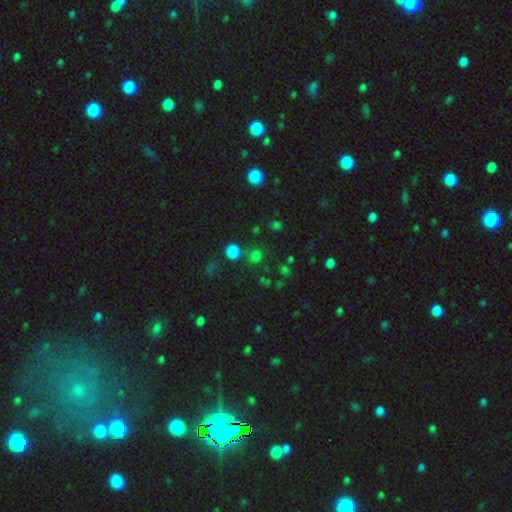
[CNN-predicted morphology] A smooth galaxy with no disk features (68%) that is round (86%). Merging: none (73%).